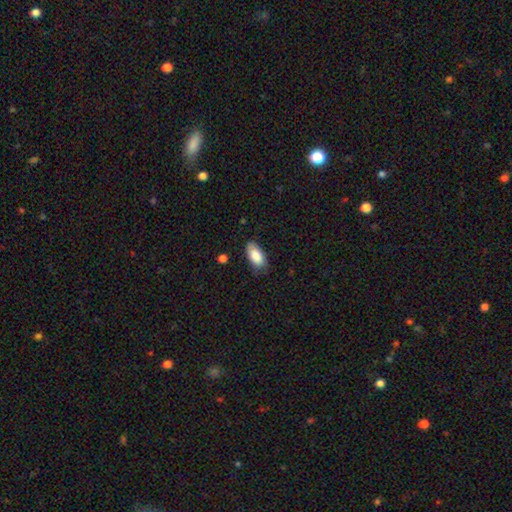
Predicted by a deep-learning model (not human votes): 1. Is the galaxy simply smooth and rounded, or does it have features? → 82% smooth, 11% featured or disk, 7% star or artifact.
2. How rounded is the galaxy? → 92% in between, 5% cigar-shaped, 3% round.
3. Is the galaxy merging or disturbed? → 72% none, 22% minor disturbance, 4% major disturbance, 2% merger.